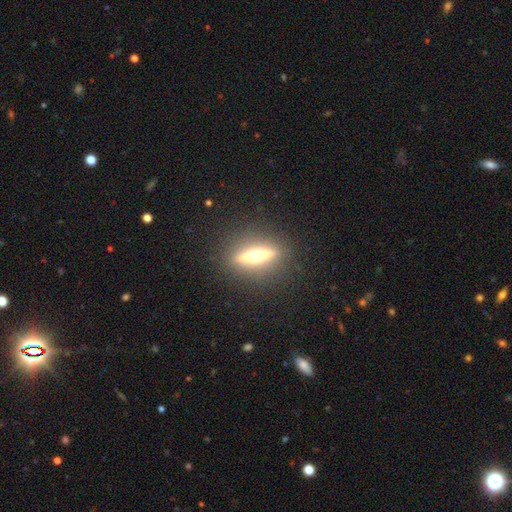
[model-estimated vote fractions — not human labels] featured or disk 72%, smooth 19%, star or artifact 9%. Down the decision tree: edge-on disk — yes (92%); edge-on bulge — rounded (93%); merging — none (88%).